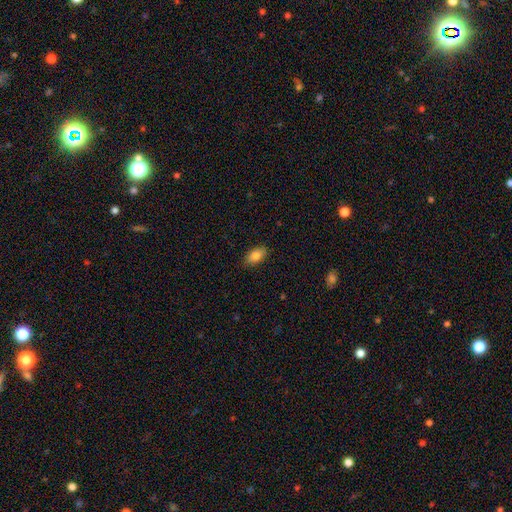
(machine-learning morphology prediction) A smooth galaxy with no disk features (84%) that is in between round and cigar-shaped (91%). Merging: none (85%).